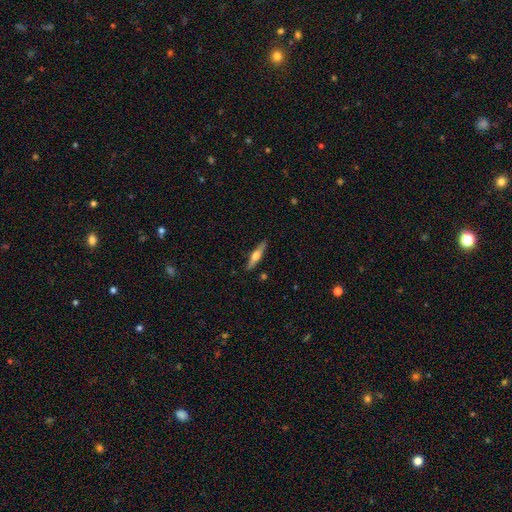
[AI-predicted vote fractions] This appears to be a featured or disk galaxy (54%) viewed edge-on (95%) with a rounded central bulge (90%). Merging: none (88%).